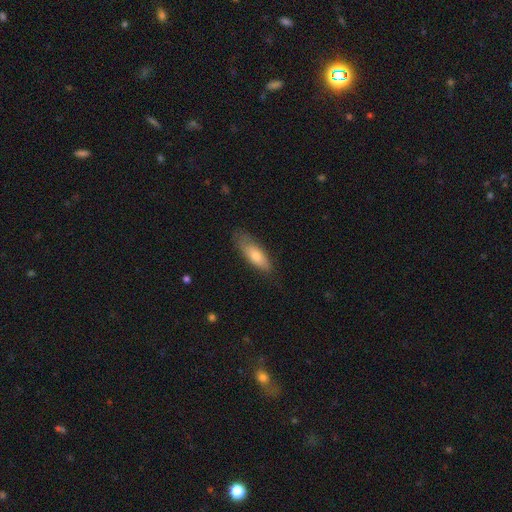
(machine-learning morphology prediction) type=smooth (66%); roundness=in between (53%); merging=none (75%).